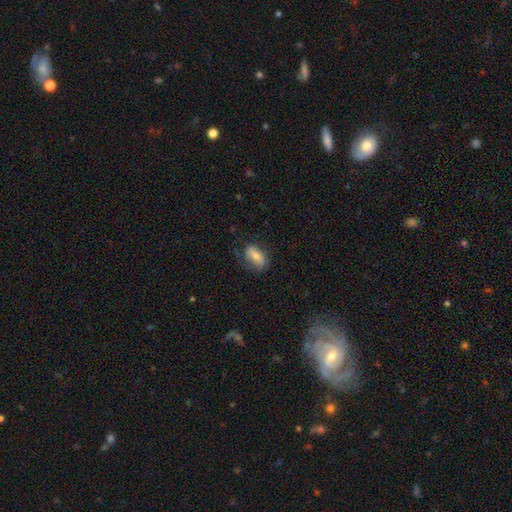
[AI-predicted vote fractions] smooth-or-featured: smooth: 67% | featured or disk: 26% | star or artifact: 7%
  how-rounded: in between: 85% | cigar-shaped: 9% | round: 6%
  merging: none: 63% | minor disturbance: 25% | major disturbance: 11% | merger: 2%